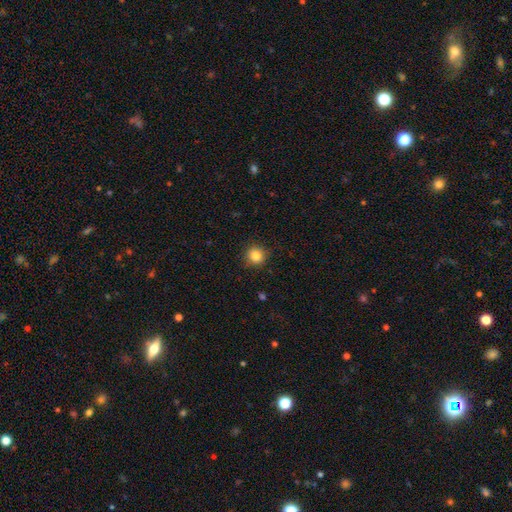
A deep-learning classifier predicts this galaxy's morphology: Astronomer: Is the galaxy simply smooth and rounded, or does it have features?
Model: smooth — 84%.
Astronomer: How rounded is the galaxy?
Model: round — 92%.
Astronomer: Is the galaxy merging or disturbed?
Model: none — 88%.